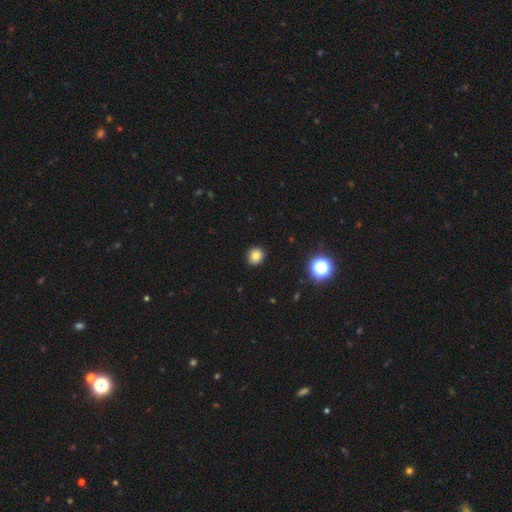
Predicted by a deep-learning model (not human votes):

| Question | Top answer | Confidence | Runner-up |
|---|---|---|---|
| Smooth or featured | smooth | 81% | star or artifact (13%) |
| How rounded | round | 84% | in between (15%) |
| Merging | none | 90% | minor disturbance (7%) |